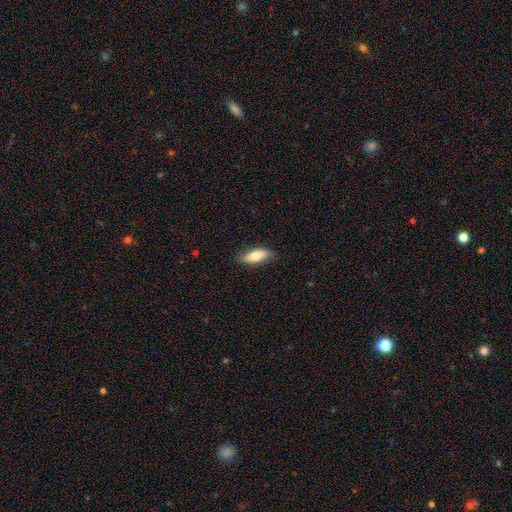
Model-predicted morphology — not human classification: Q: Smooth or featured?
A: smooth (73%); runner-up: featured or disk (21%)
Q: How rounded?
A: in between (75%); runner-up: cigar-shaped (23%)
Q: Merging?
A: none (82%); runner-up: minor disturbance (15%)